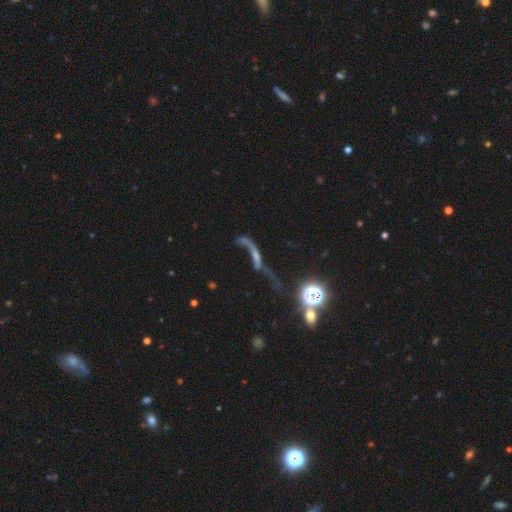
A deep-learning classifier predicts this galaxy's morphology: featured or disk 54%, star or artifact 25%, smooth 20%. Down the decision tree: edge-on disk — no (65%); merging — major disturbance (36%).